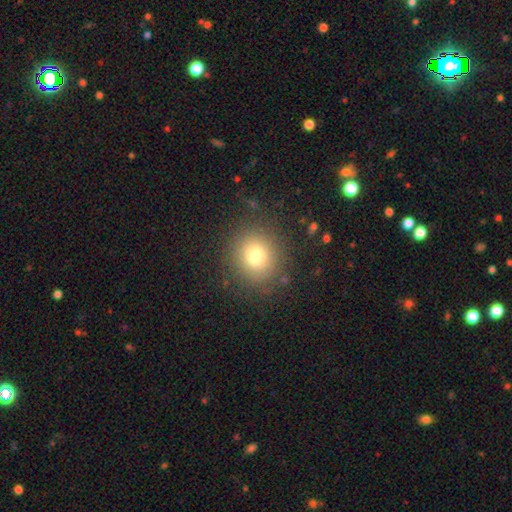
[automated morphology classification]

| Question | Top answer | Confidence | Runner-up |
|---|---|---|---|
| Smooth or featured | smooth | 76% | star or artifact (14%) |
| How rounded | round | 86% | in between (13%) |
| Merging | none | 87% | minor disturbance (8%) |